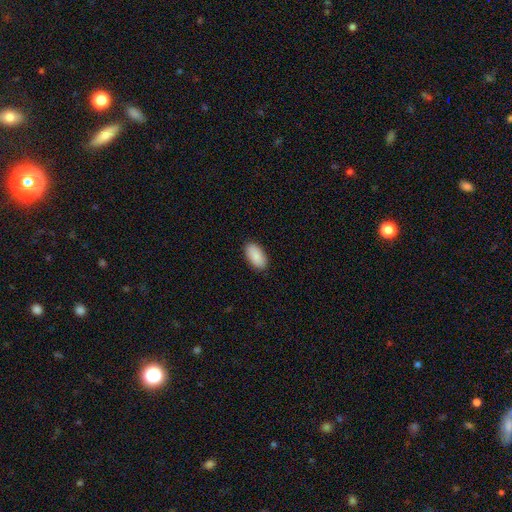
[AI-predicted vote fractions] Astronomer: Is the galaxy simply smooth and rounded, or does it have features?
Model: smooth — 90%.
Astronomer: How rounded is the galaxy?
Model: in between — 95%.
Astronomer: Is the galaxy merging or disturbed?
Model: none — 89%.